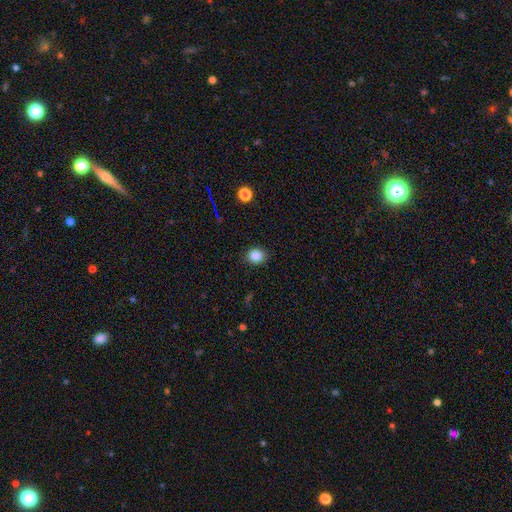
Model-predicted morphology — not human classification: smooth-or-featured: smooth: 84% | star or artifact: 11% | featured or disk: 5%
  how-rounded: round: 72% | in between: 27% | cigar-shaped: 1%
  merging: none: 89% | minor disturbance: 8% | major disturbance: 2% | merger: 1%